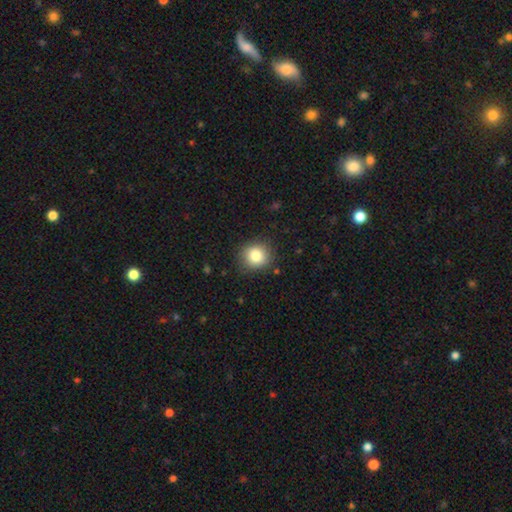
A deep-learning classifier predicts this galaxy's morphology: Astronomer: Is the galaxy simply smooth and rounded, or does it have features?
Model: smooth — 83%.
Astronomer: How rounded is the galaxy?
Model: round — 85%.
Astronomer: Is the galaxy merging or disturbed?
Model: none — 86%.